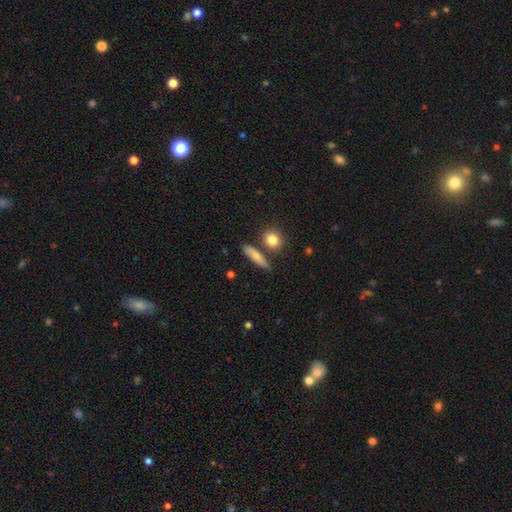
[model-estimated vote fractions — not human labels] Smooth or featured?
  - smooth: 79% *
  - featured or disk: 14%
  - star or artifact: 7%
How rounded?
  - cigar-shaped: 68% *
  - in between: 24%
  - round: 8%
Merging?
  - none: 76% *
  - minor disturbance: 13%
  - merger: 8%
  - major disturbance: 3%